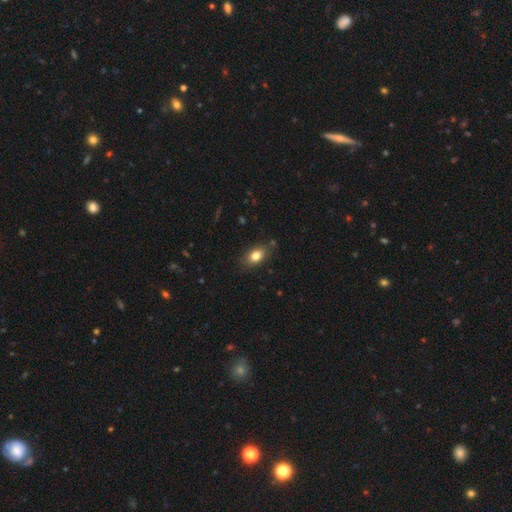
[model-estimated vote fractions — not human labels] A smooth galaxy with no disk features (80%) that is in between round and cigar-shaped (84%). Merging: none (81%).